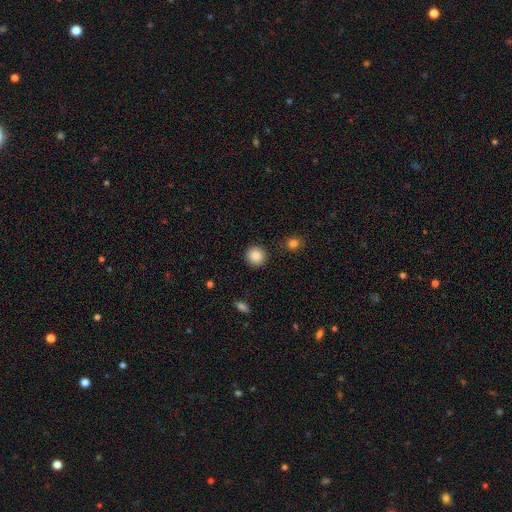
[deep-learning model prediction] This is clearly a smooth galaxy (87%). How rounded: clearly round (93%). Merging: clearly none (91%).